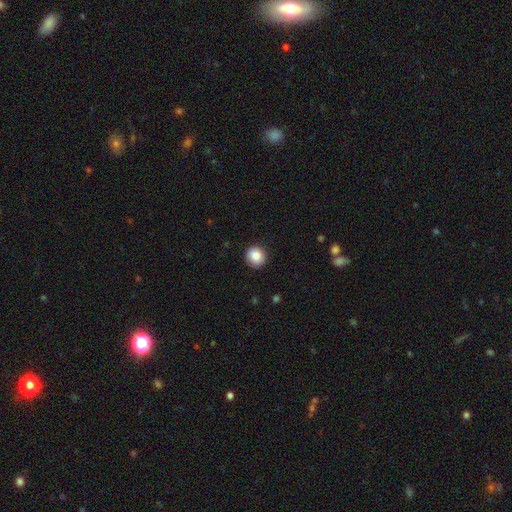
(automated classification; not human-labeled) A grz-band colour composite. It shows a smooth galaxy with no disk features (87%) that is round (91%). Merging: none (90%).